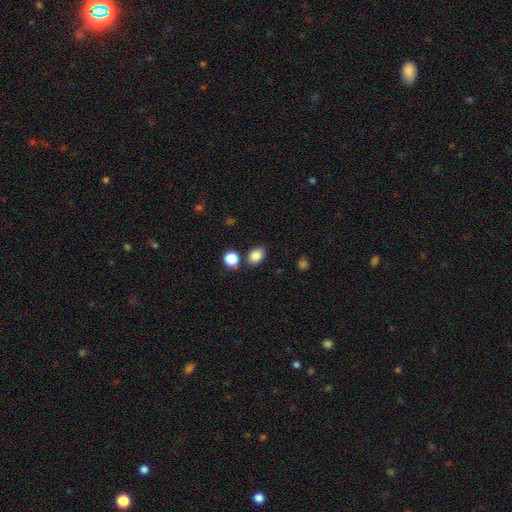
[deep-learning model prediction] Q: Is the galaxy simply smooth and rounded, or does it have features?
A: smooth — 85%.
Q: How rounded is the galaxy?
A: in between — 69%.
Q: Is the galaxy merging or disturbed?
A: none — 80%.